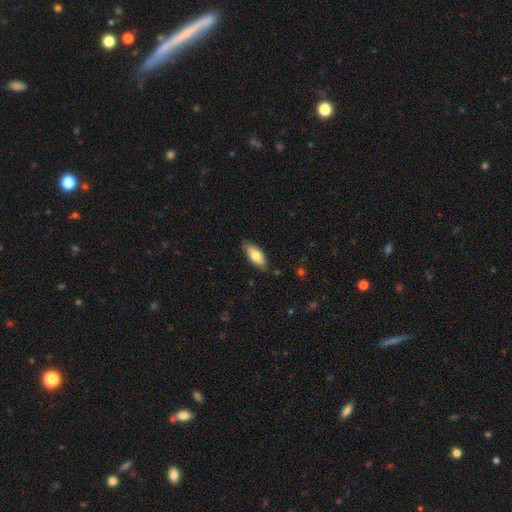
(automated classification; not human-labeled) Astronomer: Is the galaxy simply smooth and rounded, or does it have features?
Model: smooth — 75%.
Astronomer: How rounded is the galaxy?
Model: in between — 84%.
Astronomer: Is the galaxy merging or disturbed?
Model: none — 79%.